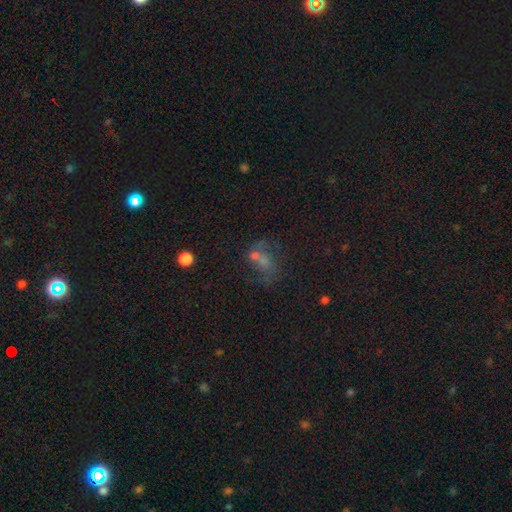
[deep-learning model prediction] featured or disk 39%, smooth 35%, star or artifact 26%. Down the decision tree: merging — none (36%).